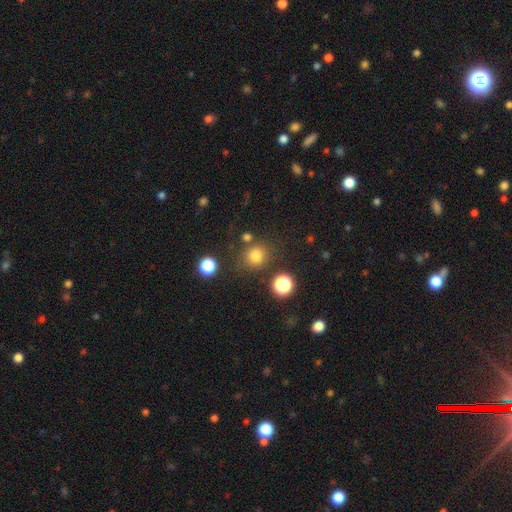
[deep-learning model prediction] This appears to be a smooth galaxy with no disk features (78%) that is round (82%). Merging: none (77%).